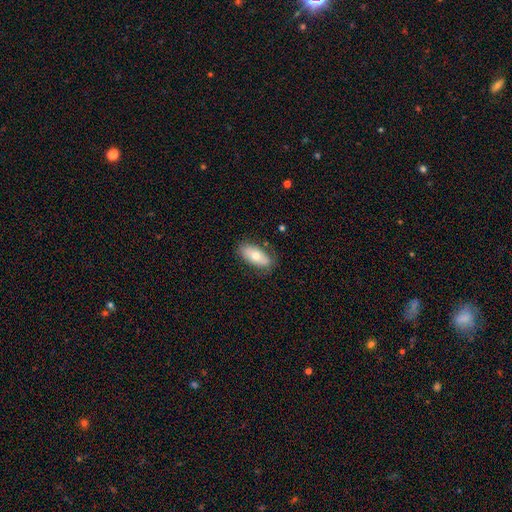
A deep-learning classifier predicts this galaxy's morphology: A smooth galaxy with no disk features (67%) that is in between round and cigar-shaped (88%). Merging: none (80%).